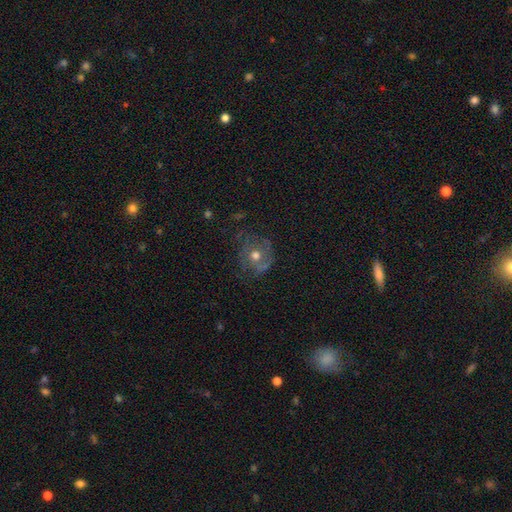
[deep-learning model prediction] Morphology: type=featured or disk (57%); edge-on=no (96%); bar=no (85%); spiral arms=yes (64%); bulge=moderate (76%); merging=none (62%).